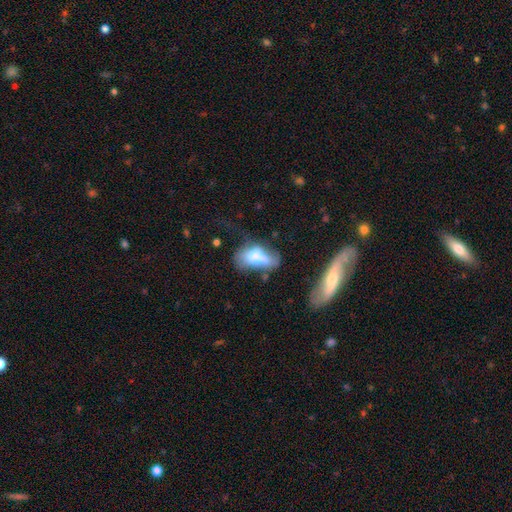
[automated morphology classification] type=smooth (59%); roundness=in between (86%); merging=major disturbance (33%).